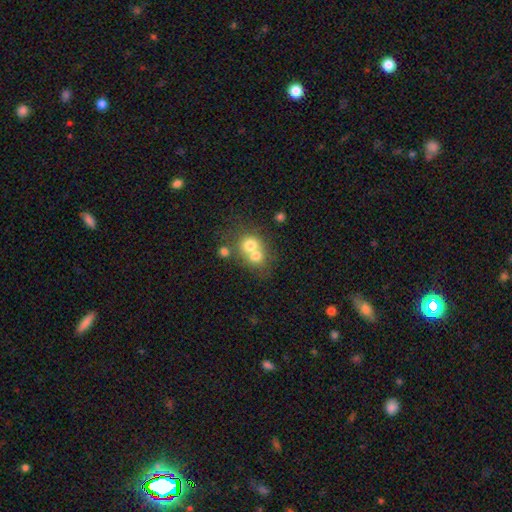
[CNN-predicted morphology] smooth-or-featured: smooth: 69% | featured or disk: 19% | star or artifact: 12%
  how-rounded: round: 74% | in between: 25% | cigar-shaped: 1%
  merging: merger: 63% | none: 28% | minor disturbance: 6% | major disturbance: 3%